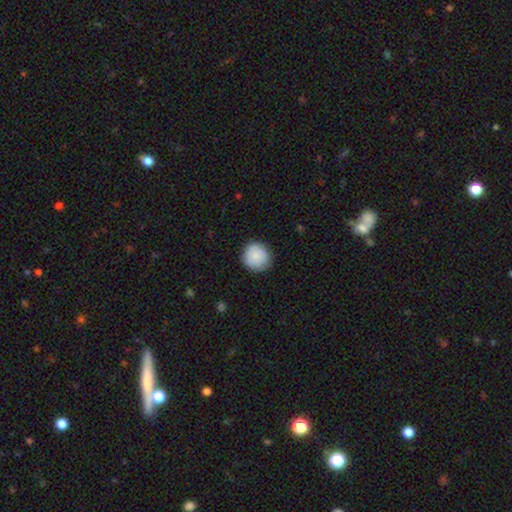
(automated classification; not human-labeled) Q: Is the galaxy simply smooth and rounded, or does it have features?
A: smooth — 85%.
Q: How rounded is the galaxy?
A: round — 89%.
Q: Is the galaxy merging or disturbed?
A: none — 84%.